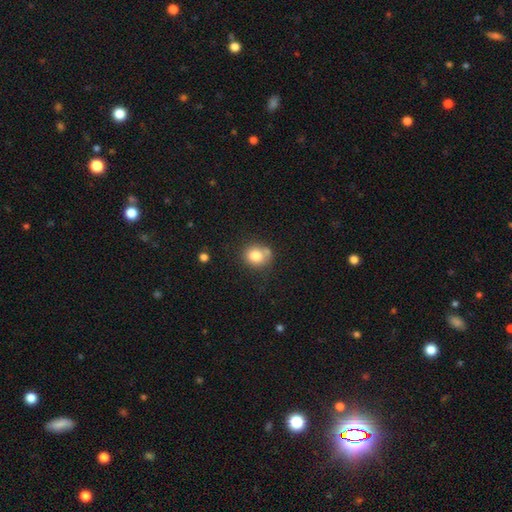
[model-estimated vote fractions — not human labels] This appears to be a smooth galaxy with no disk features (79%) that is round (75%). Merging: none (58%).